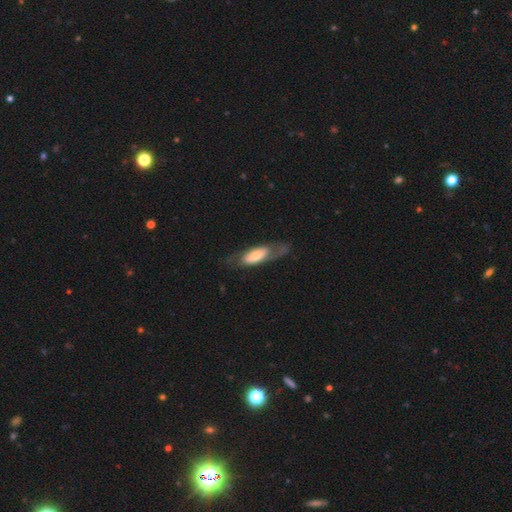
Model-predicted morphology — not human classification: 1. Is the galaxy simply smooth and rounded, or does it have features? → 49% featured or disk, 46% smooth, 6% star or artifact.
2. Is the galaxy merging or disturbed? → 58% none, 22% minor disturbance, 18% major disturbance, 2% merger.